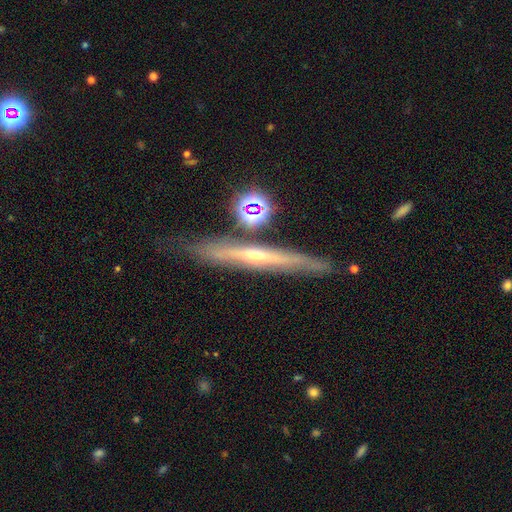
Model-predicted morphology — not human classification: Smooth or featured?
  - featured or disk: 72% *
  - smooth: 20%
  - star or artifact: 8%
Edge-on disk?
  - yes: 93% *
  - no: 7%
Edge-on bulge?
  - rounded: 63% *
  - none: 33%
  - boxy: 4%
Merging?
  - none: 78% *
  - minor disturbance: 14%
  - merger: 6%
  - major disturbance: 3%